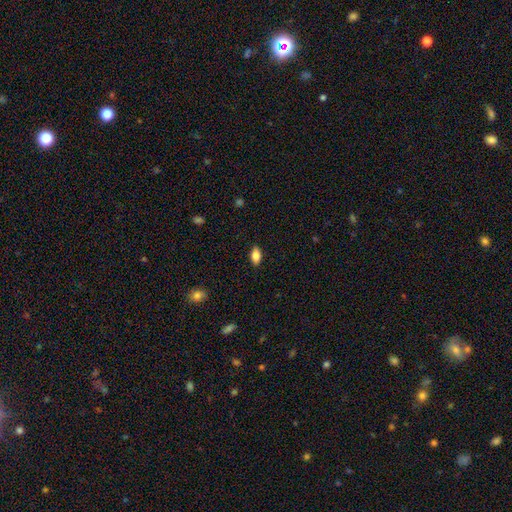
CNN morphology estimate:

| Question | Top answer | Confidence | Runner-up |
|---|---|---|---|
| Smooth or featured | smooth | 81% | featured or disk (11%) |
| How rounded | in between | 89% | cigar-shaped (7%) |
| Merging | none | 88% | minor disturbance (9%) |